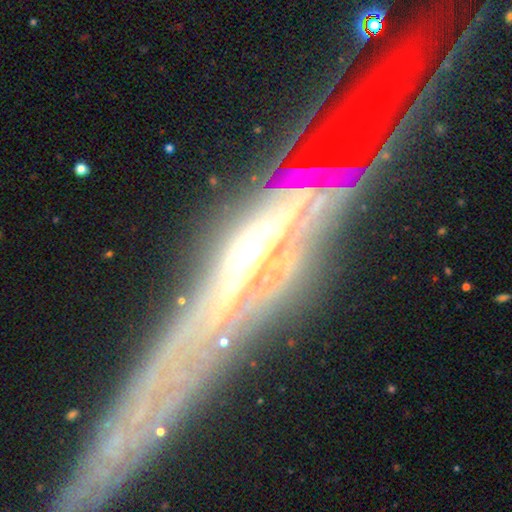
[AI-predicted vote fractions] This appears to be a featured or disk galaxy (81%) viewed edge-on (80%) with a rounded central bulge (69%). Merging: none (72%).